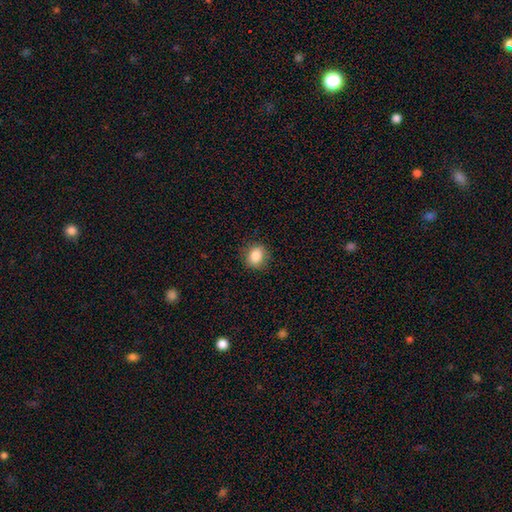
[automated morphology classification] type=smooth (86%); roundness=round (64%); merging=none (84%).